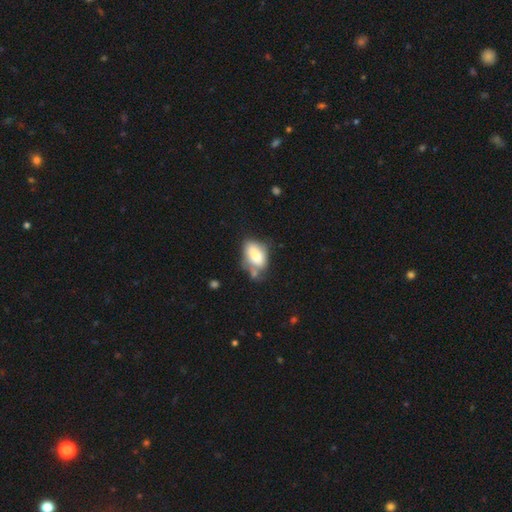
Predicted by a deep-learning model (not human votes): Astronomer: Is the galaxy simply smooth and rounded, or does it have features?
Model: smooth — 71%.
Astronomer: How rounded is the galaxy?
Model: in between — 86%.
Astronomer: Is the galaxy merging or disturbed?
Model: none — 45% (runner-up: minor disturbance, 27%).